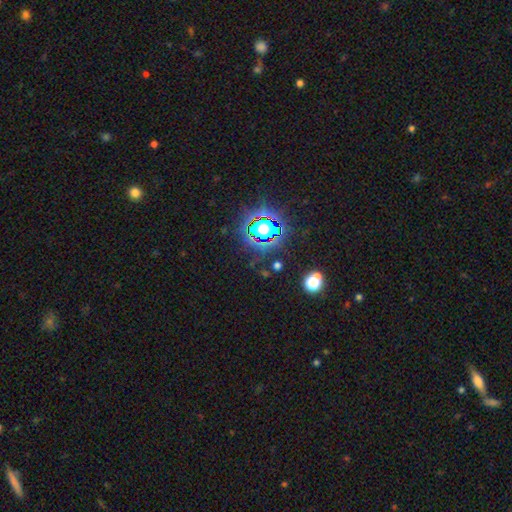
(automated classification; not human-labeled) smooth-or-featured: star or artifact: 80% | smooth: 12% | featured or disk: 7%